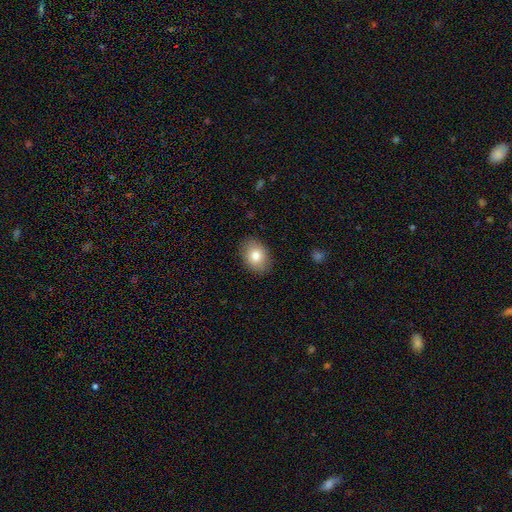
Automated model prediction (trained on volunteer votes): A smooth galaxy with no disk features (81%) that is in between round and cigar-shaped (74%).

Vote fractions:
- Smooth or featured? smooth: 81% / featured or disk: 11% / star or artifact: 8%
- How rounded? in between: 74% / round: 25% / cigar-shaped: 1%
- Merging? none: 87% / minor disturbance: 9% / major disturbance: 2% / merger: 1%